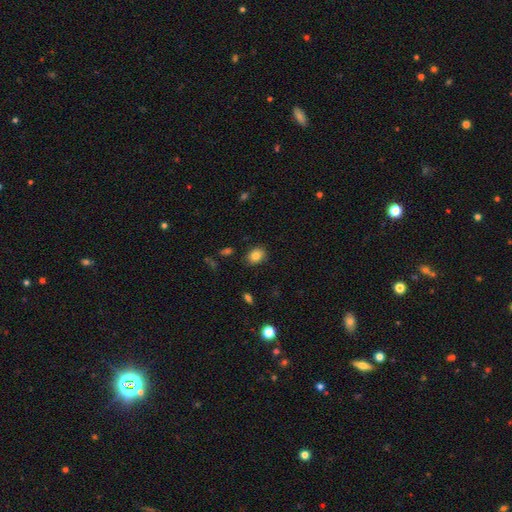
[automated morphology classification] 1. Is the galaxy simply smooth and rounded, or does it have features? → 82% smooth, 10% star or artifact, 8% featured or disk.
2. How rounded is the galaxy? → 56% in between, 43% round, 1% cigar-shaped.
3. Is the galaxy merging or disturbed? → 86% none, 10% minor disturbance, 3% major disturbance, 2% merger.